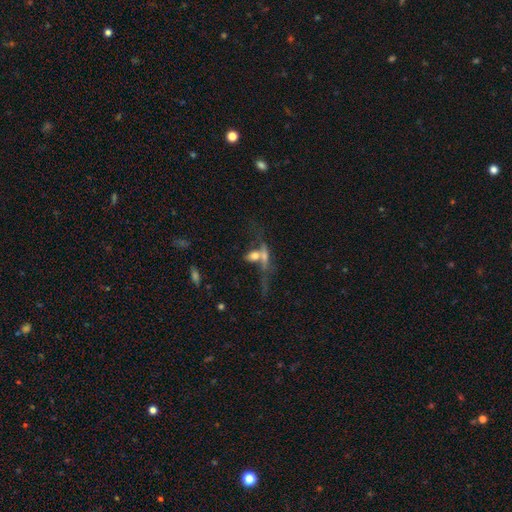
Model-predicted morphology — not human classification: Smooth or featured? Predicted: featured or disk (p=0.39). Merging? Predicted: merger (p=0.37).